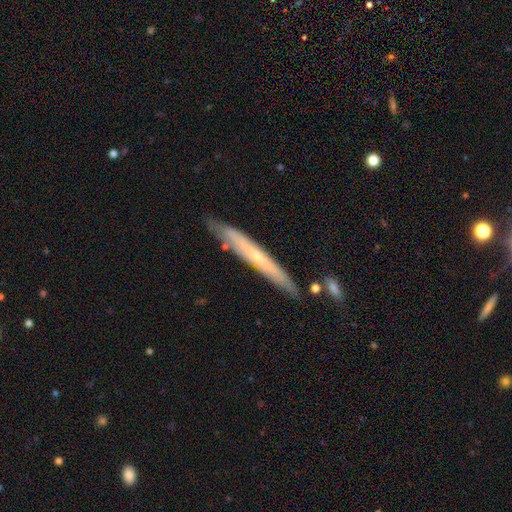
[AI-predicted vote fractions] Q: Smooth or featured?
A: featured or disk (57%); runner-up: smooth (37%)
Q: Edge-on disk?
A: yes (87%); runner-up: no (13%)
Q: Merging?
A: none (81%); runner-up: minor disturbance (14%)